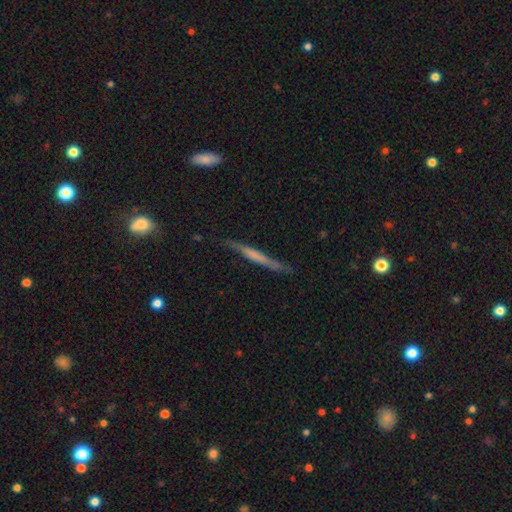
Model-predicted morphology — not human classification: featured or disk 54%, smooth 39%, star or artifact 7%. Down the decision tree: edge-on disk — yes (94%); edge-on bulge — none (61%); merging — none (77%).